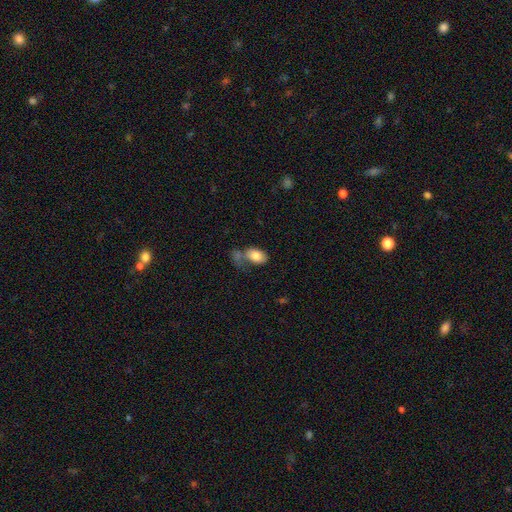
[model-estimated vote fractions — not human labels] Morphology: type=smooth (80%); roundness=in between (88%); merging=none (37%).